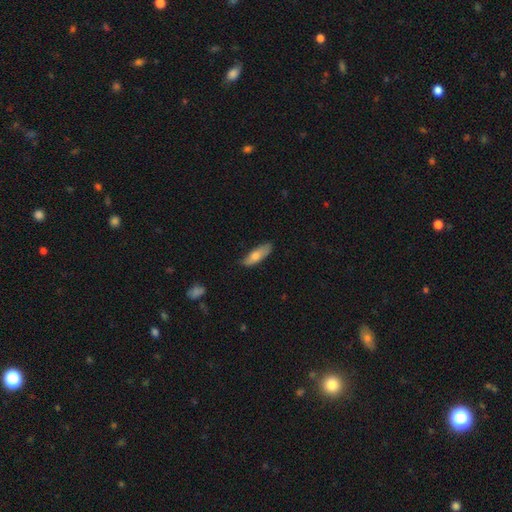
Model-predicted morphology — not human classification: Smooth or featured?
  - smooth: 74% *
  - featured or disk: 21%
  - star or artifact: 6%
How rounded?
  - in between: 55% *
  - cigar-shaped: 43%
  - round: 2%
Merging?
  - none: 71% *
  - minor disturbance: 24%
  - major disturbance: 4%
  - merger: 1%